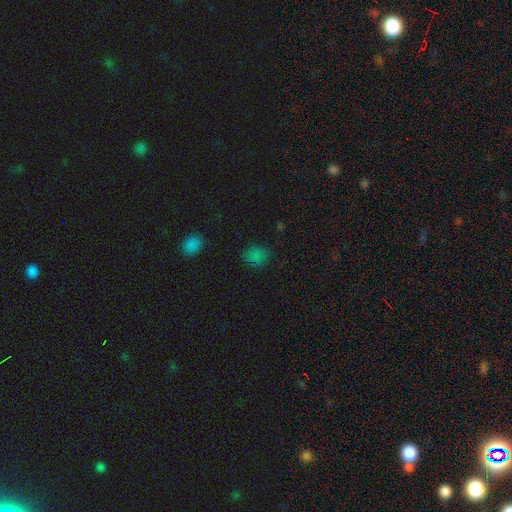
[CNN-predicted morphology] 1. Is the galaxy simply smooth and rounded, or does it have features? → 71% smooth, 25% star or artifact, 4% featured or disk.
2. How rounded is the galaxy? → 73% round, 26% in between, 1% cigar-shaped.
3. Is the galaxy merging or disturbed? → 82% none, 12% minor disturbance, 4% major disturbance, 2% merger.